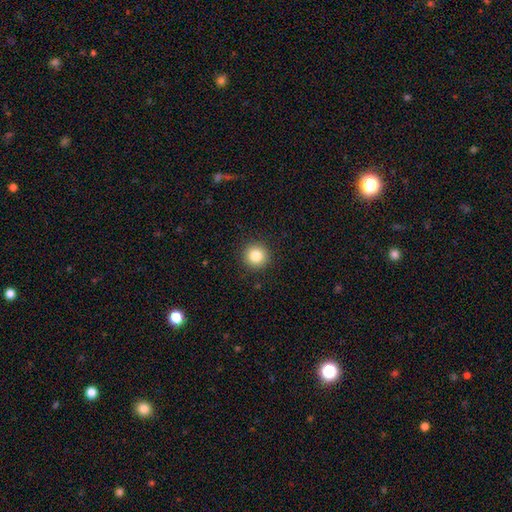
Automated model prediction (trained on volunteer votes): Overall: smooth (83%). How rounded: round (95%). Merging: none (92%).